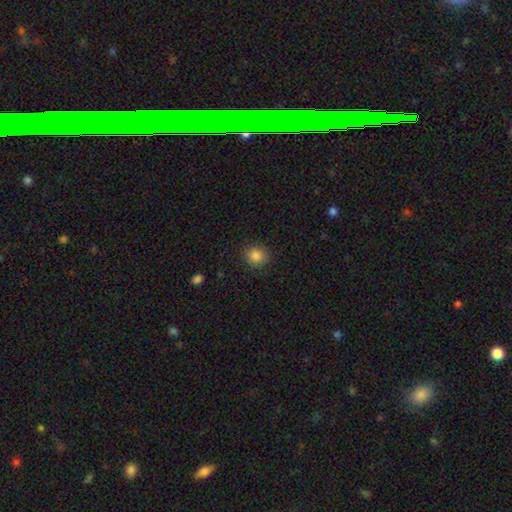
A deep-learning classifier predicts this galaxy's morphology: This appears to be a smooth galaxy with no disk features (86%) that is round (85%). Merging: none (87%).